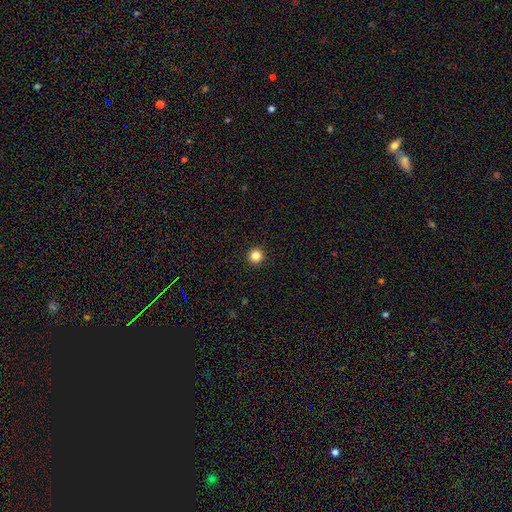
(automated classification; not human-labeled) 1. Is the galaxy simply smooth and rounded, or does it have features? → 85% smooth, 12% star or artifact, 4% featured or disk.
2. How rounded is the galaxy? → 96% round, 3% in between, 1% cigar-shaped.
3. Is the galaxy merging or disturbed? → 94% none, 4% minor disturbance, 1% major disturbance, 1% merger.